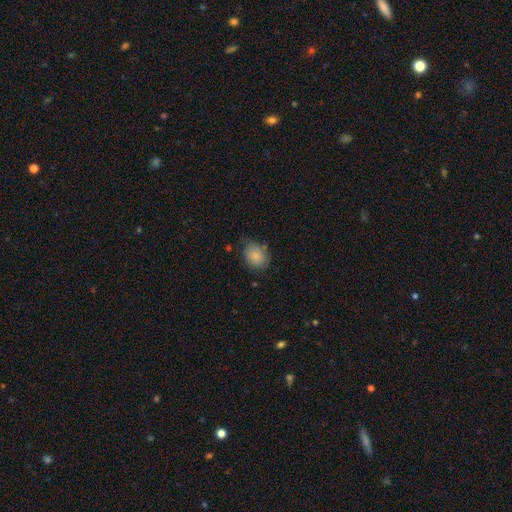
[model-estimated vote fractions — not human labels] smooth 84%, featured or disk 9%, star or artifact 8%. Down the decision tree: how rounded — in between (61%); merging — none (61%).